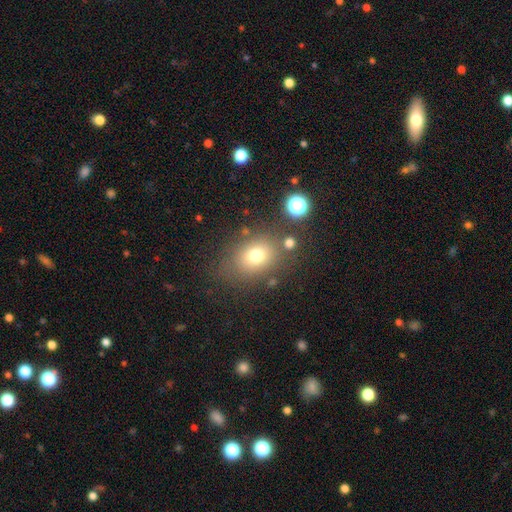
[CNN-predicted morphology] Smooth or featured? smooth (73%)
How rounded? in between (55%)
Merging? none (71%)